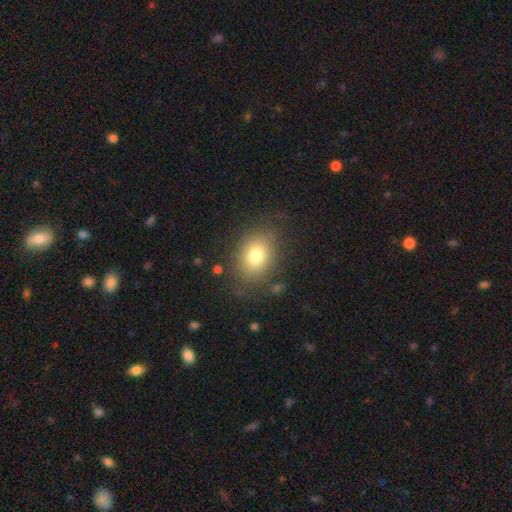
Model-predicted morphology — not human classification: smooth-or-featured: smooth: 76% | star or artifact: 12% | featured or disk: 12%
  how-rounded: in between: 54% | round: 45% | cigar-shaped: 1%
  merging: none: 81% | minor disturbance: 12% | major disturbance: 5% | merger: 2%